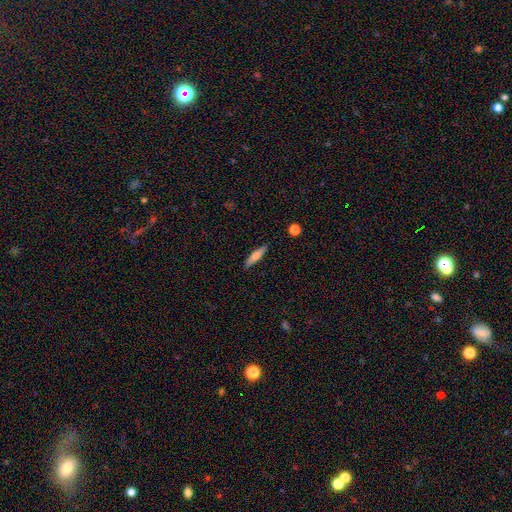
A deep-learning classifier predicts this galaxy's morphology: smooth_or_featured: smooth (p=0.56) [alt: featured or disk p=0.37]
how_rounded: cigar-shaped (p=0.81) [alt: in between p=0.18]
merging: none (p=0.88) [alt: minor disturbance p=0.09]